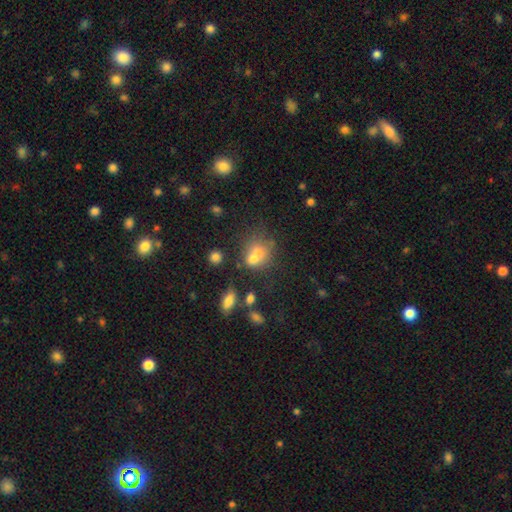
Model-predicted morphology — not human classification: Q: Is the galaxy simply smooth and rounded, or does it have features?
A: smooth — 63%.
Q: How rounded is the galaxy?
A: round — 54%.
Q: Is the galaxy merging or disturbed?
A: merger — 55%.